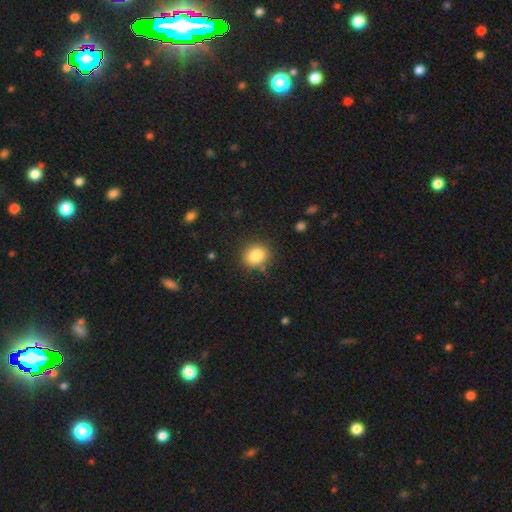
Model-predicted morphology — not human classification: Q: Smooth or featured?
A: smooth (84%); runner-up: star or artifact (10%)
Q: How rounded?
A: round (75%); runner-up: in between (24%)
Q: Merging?
A: none (85%); runner-up: minor disturbance (10%)